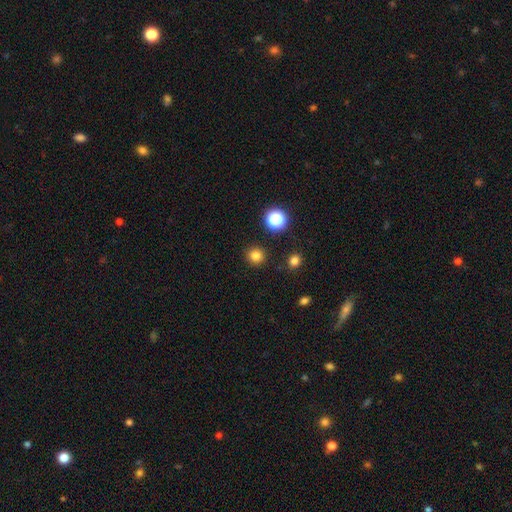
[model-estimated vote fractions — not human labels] This is clearly a smooth galaxy (81%). How rounded: clearly round (93%). Merging: clearly none (90%).